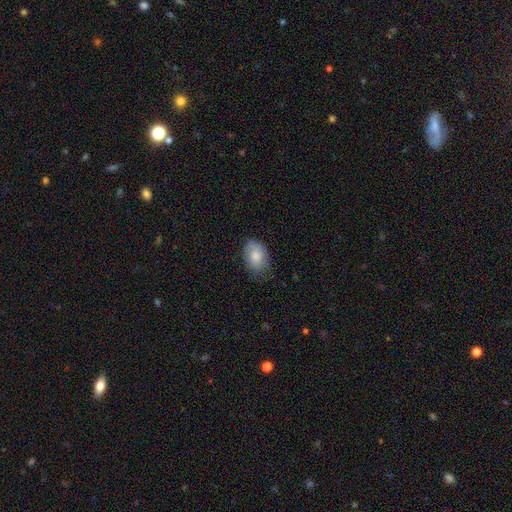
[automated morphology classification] smooth 78%, featured or disk 15%, star or artifact 7%. Down the decision tree: how rounded — in between (84%); merging — none (69%).